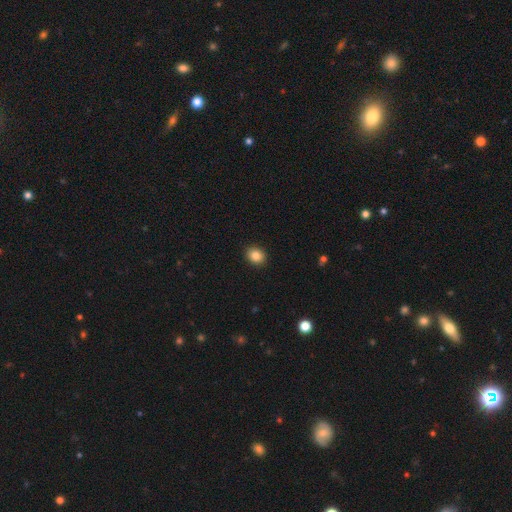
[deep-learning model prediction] Smooth or featured? Predicted: smooth (p=0.85). How rounded? Predicted: round (p=0.63). Merging? Predicted: none (p=0.91).